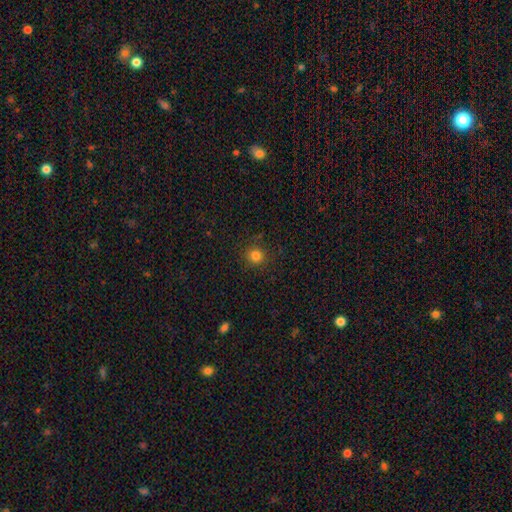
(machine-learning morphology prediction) Smooth or featured: smooth — 81% (star or artifact — 14%)
How rounded: round — 92% (in between — 7%)
Merging: none — 88% (minor disturbance — 8%)